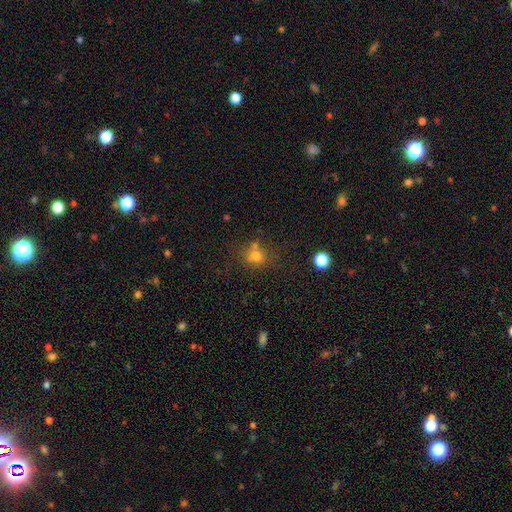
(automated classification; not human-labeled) Smooth or featured? smooth (72%)
How rounded? round (75%)
Merging? none (61%)